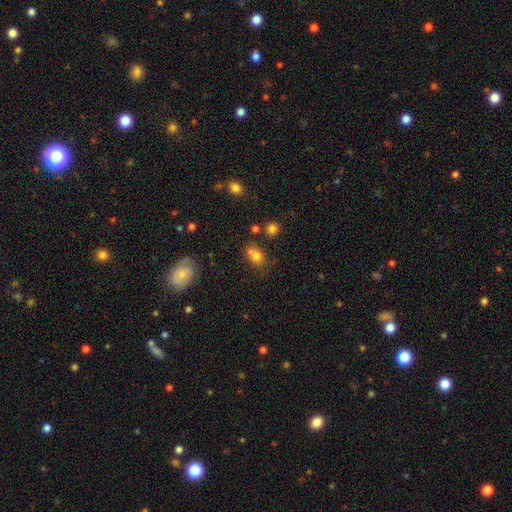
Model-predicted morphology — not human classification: Smooth or featured: smooth — 75% (star or artifact — 14%)
How rounded: in between — 55% (round — 43%)
Merging: none — 47% (merger — 31%)